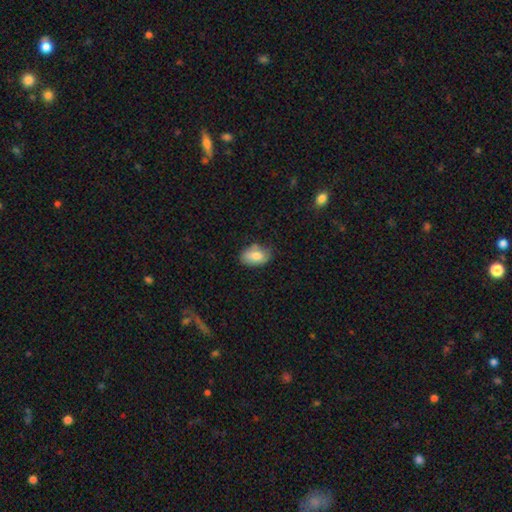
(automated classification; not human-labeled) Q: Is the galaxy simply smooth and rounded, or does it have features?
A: smooth — 79%.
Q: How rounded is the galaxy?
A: in between — 86%.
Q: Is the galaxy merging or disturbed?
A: none — 68%.